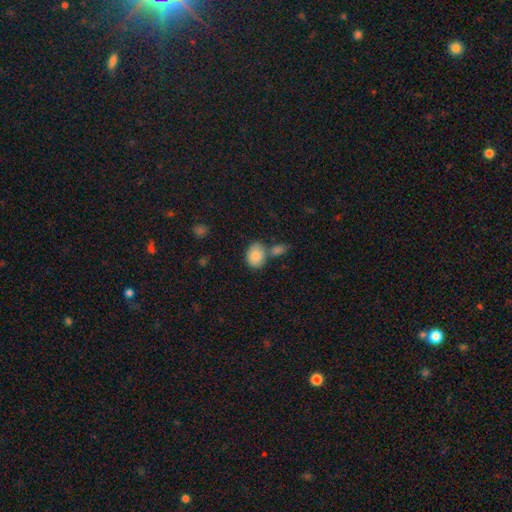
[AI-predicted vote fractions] This appears to be a smooth galaxy with no disk features (84%) that is in between round and cigar-shaped (68%). Merging: none (53%).